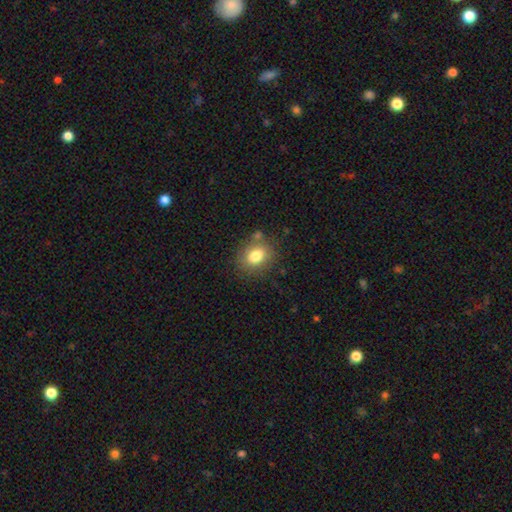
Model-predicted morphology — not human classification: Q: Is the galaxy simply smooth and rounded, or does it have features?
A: smooth — 79%.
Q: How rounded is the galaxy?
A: in between — 50%.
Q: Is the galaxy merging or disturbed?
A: none — 76%.